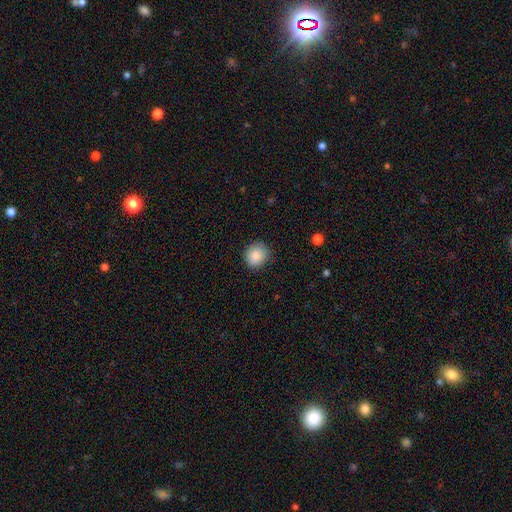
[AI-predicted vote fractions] This is clearly a smooth galaxy (87%). How rounded: clearly round (80%). Merging: clearly none (84%).